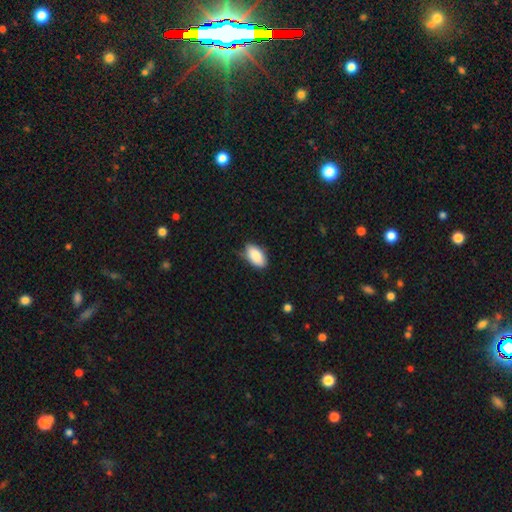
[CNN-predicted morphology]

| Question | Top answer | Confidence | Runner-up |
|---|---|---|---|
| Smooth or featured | smooth | 88% | star or artifact (6%) |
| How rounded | in between | 94% | round (4%) |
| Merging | none | 69% | minor disturbance (25%) |